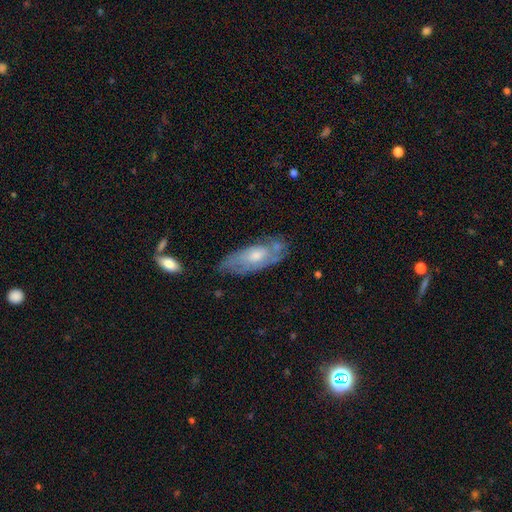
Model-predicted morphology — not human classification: Smooth or featured: featured or disk — 63% (smooth — 31%)
Edge-on disk: no — 84% (yes — 16%)
Bar: no — 74% (weak — 23%)
Spiral arms: yes — 74% (no — 26%)
Bulge size: moderate — 52% (small — 38%)
Merging: none — 63% (minor disturbance — 25%)